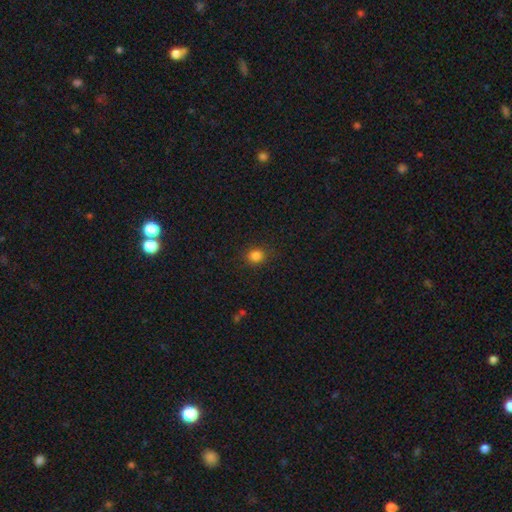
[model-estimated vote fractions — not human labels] Smooth or featured? Predicted: smooth (p=0.83). How rounded? Predicted: round (p=0.75). Merging? Predicted: none (p=0.87).